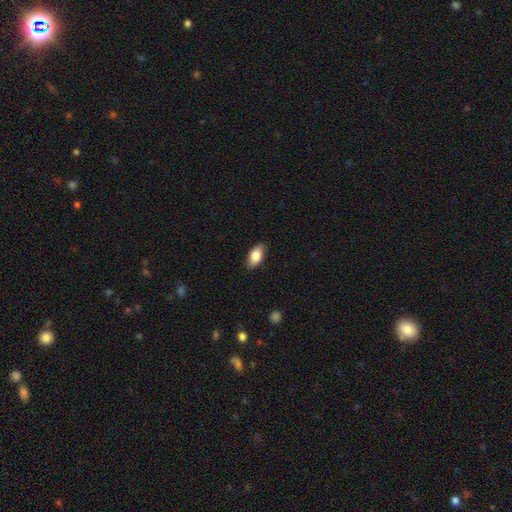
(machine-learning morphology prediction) smooth 81%, featured or disk 12%, star or artifact 7%. Down the decision tree: how rounded — in between (91%); merging — none (86%).